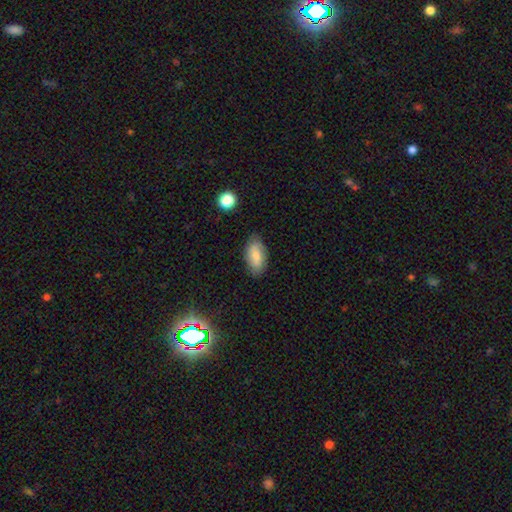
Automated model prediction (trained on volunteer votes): This appears to be a smooth galaxy with no disk features (72%) that is in between round and cigar-shaped (93%). Merging: none (79%).